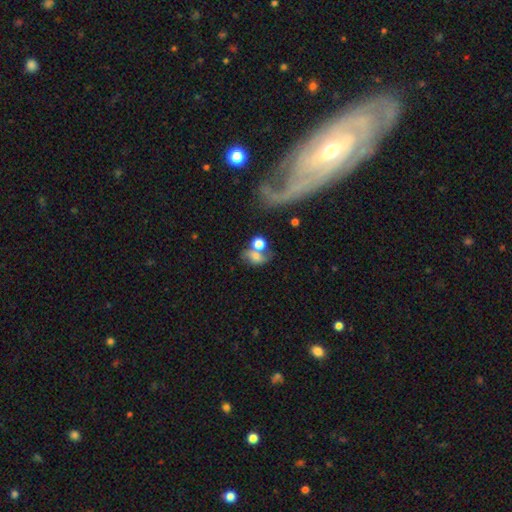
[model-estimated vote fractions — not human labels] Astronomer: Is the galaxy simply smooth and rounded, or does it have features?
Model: smooth — 56%.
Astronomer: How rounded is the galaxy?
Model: in between — 57% (runner-up: round, 40%).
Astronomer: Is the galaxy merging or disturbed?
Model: merger — 35% (runner-up: none, 34%).